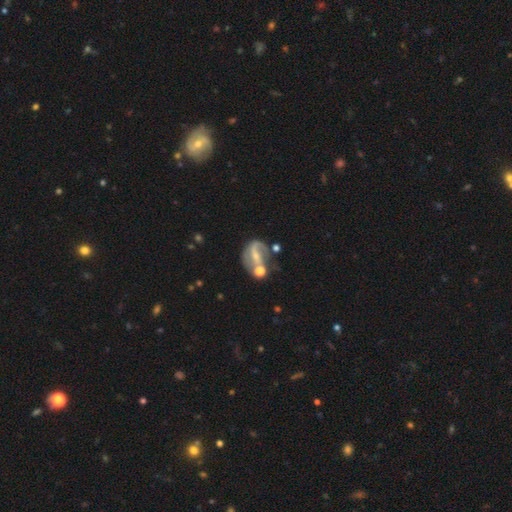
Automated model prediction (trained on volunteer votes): Q: Smooth or featured?
A: featured or disk (72%); runner-up: smooth (20%)
Q: Edge-on disk?
A: no (97%); runner-up: yes (3%)
Q: Bar?
A: strong (38%); tied with: weak (38%)
Q: Spiral arms?
A: yes (79%); runner-up: no (21%)
Q: Spiral winding?
A: loose (43%); runner-up: medium (39%)
Q: Spiral arm count?
A: 2 (62%); runner-up: 1 (27%)
Q: Bulge size?
A: small (58%); runner-up: moderate (28%)
Q: Merging?
A: none (38%); runner-up: merger (24%)